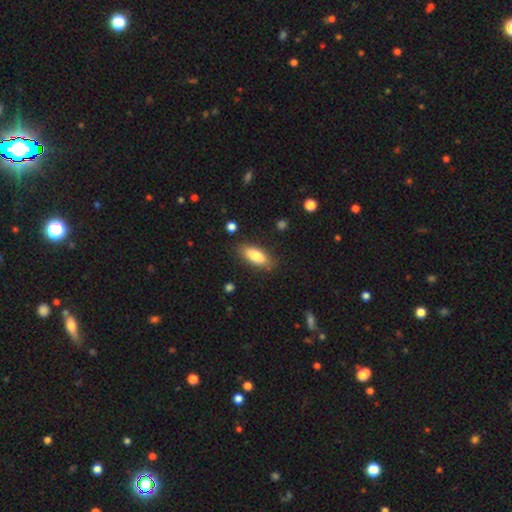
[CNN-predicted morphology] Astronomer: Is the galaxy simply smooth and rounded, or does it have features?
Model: smooth — 81%.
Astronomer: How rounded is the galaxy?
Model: in between — 75%.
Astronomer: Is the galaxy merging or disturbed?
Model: none — 84%.